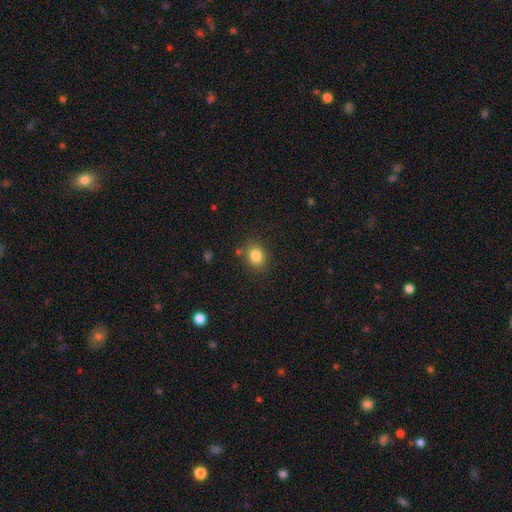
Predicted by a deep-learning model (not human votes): Smooth or featured: smooth — 83% (star or artifact — 10%)
How rounded: round — 50% (in between — 49%)
Merging: none — 81% (minor disturbance — 12%)